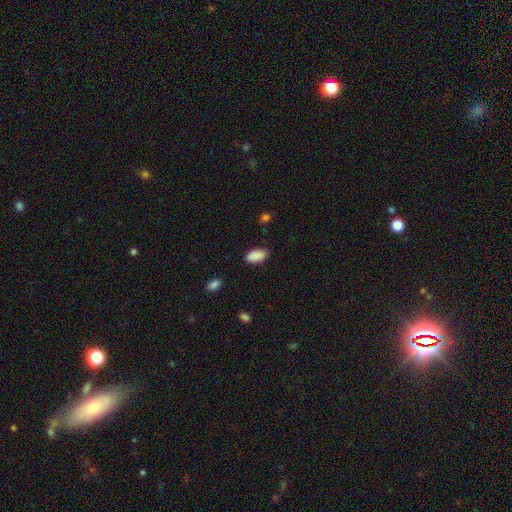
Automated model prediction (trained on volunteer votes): smooth_or_featured: smooth (p=0.90) [alt: star or artifact p=0.07]
how_rounded: in between (p=0.94) [alt: round p=0.03]
merging: none (p=0.85) [alt: minor disturbance p=0.11]